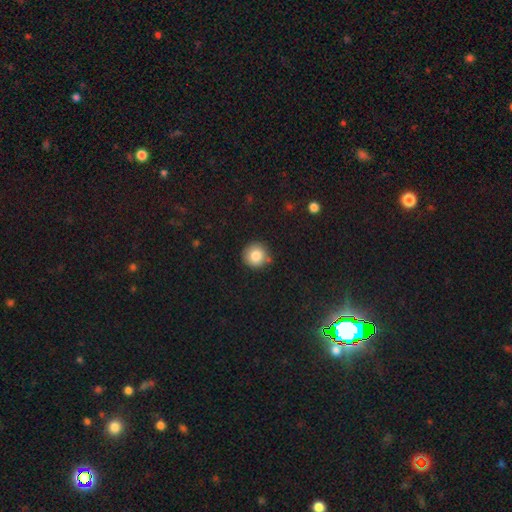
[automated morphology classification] smooth-or-featured: smooth: 83% | star or artifact: 10% | featured or disk: 7%
  how-rounded: round: 94% | in between: 5% | cigar-shaped: 1%
  merging: none: 83% | minor disturbance: 11% | merger: 4% | major disturbance: 2%